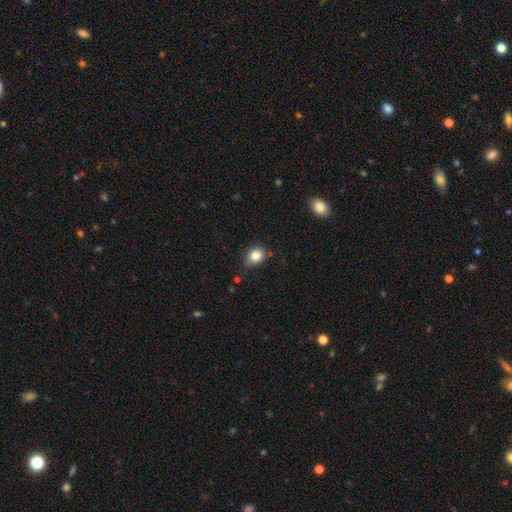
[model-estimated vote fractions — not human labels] A smooth galaxy with no disk features (83%) that is round (56%). Merging: none (74%).